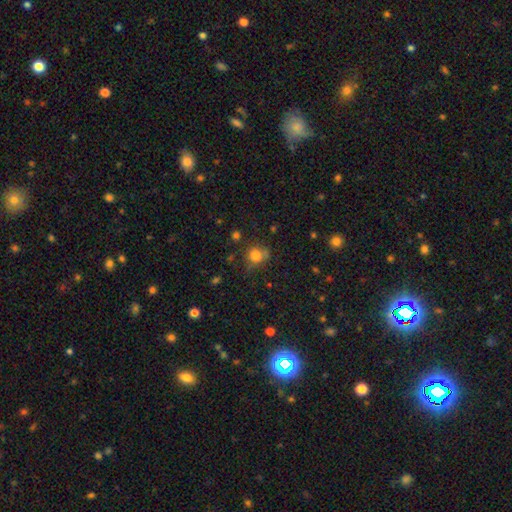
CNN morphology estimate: Overall: smooth (78%). How rounded: round (80%). Merging: none (61%; minor disturbance 23%).